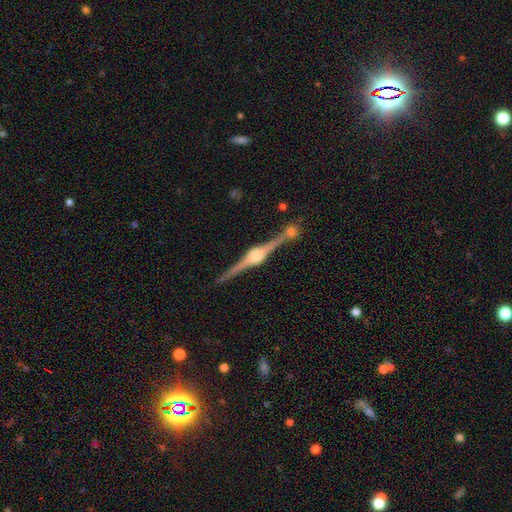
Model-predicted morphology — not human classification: The model was most divided on "merging": none: 83%, minor disturbance: 8%, merger: 7%, major disturbance: 2%. More confident: edge-on disk — yes (98%); edge-on bulge — rounded (90%); smooth or featured — featured or disk (90%).